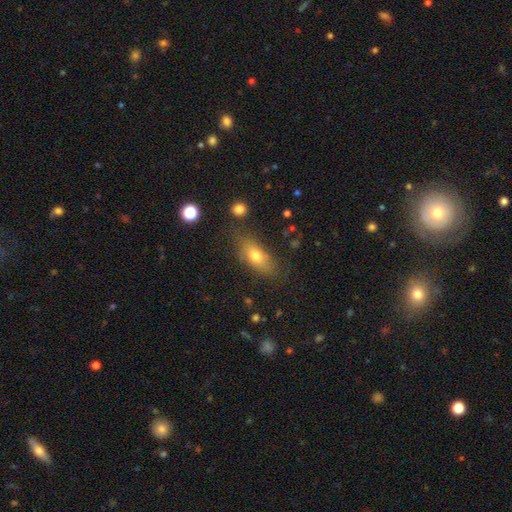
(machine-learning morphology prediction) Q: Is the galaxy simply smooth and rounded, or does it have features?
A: smooth — 69%.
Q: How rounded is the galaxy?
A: in between — 75%.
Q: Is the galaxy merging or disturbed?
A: none — 74%.